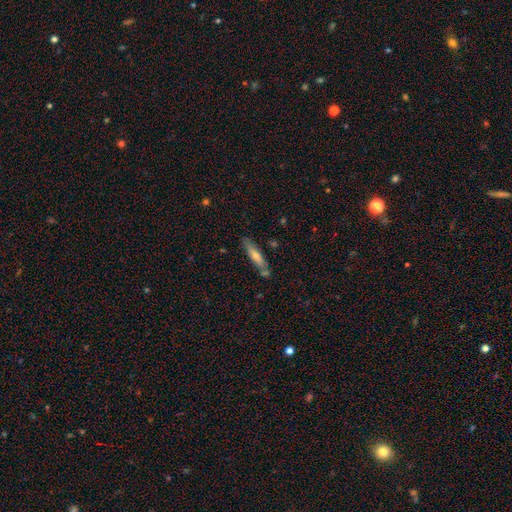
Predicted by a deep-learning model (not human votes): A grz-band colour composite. It shows a smooth galaxy with no disk features (59%) that is cigar-shaped (82%). Merging: none (74%).